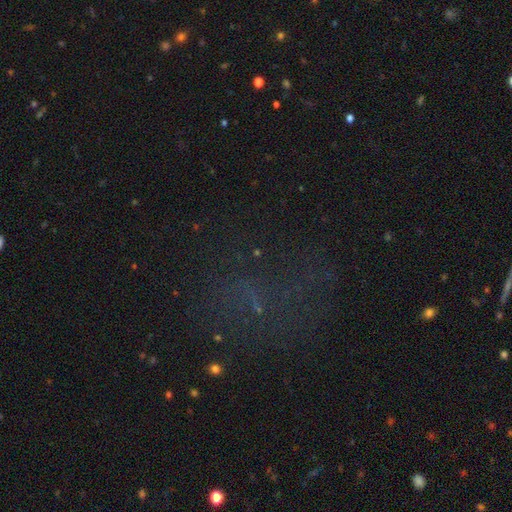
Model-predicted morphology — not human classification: A star or artifact, not a galaxy (53%).